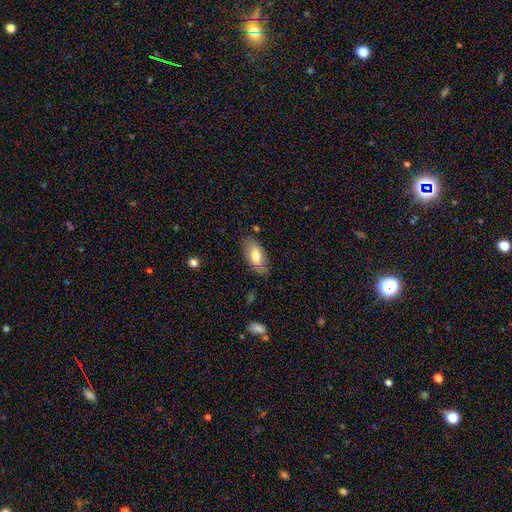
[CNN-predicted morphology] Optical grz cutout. It shows a smooth galaxy with no disk features (74%) that is in between round and cigar-shaped (89%). Merging: none (78%).